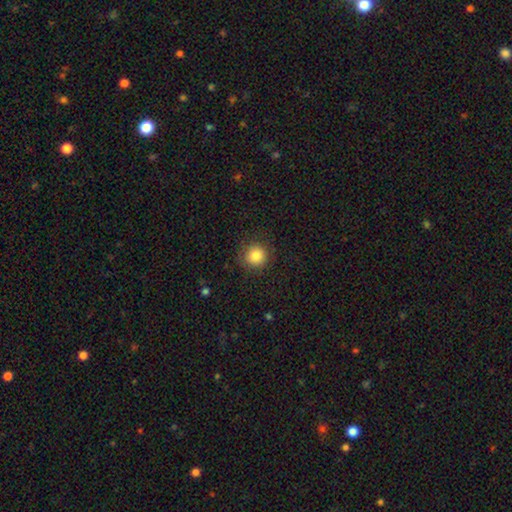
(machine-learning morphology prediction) smooth 84%, star or artifact 10%, featured or disk 6%. Down the decision tree: how rounded — round (93%); merging — none (83%).